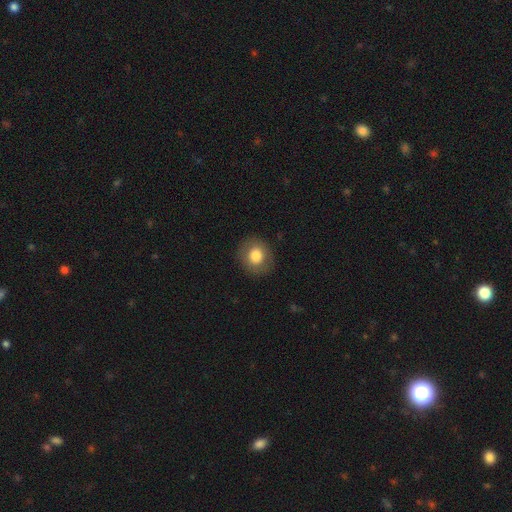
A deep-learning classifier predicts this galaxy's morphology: Smooth or featured?
  - smooth: 79% *
  - featured or disk: 12%
  - star or artifact: 8%
How rounded?
  - round: 80% *
  - in between: 19%
  - cigar-shaped: 1%
Merging?
  - none: 88% *
  - minor disturbance: 8%
  - major disturbance: 3%
  - merger: 1%